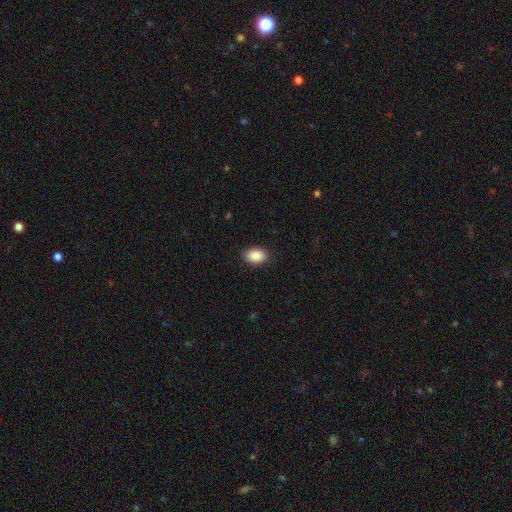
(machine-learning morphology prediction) Smooth or featured?
  - smooth: 89% *
  - star or artifact: 7%
  - featured or disk: 4%
How rounded?
  - in between: 89% *
  - round: 9%
  - cigar-shaped: 1%
Merging?
  - none: 88% *
  - minor disturbance: 9%
  - major disturbance: 2%
  - merger: 1%